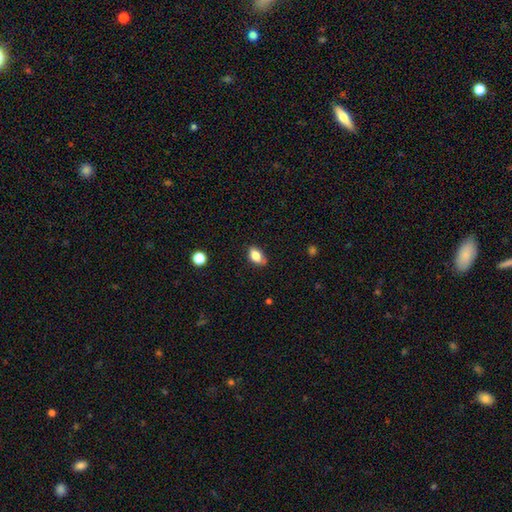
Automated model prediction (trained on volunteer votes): Smooth or featured: smooth — 81% (featured or disk — 10%)
How rounded: in between — 87% (round — 10%)
Merging: none — 76% (minor disturbance — 19%)